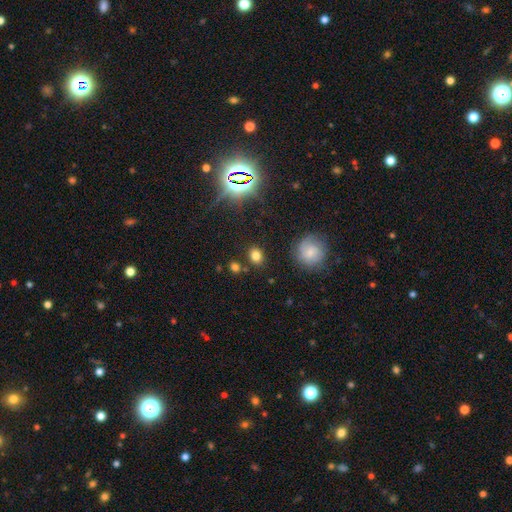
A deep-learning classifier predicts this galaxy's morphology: smooth-or-featured: smooth: 75% | star or artifact: 16% | featured or disk: 8%
  how-rounded: round: 50% | in between: 48% | cigar-shaped: 1%
  merging: none: 83% | minor disturbance: 10% | merger: 5% | major disturbance: 3%